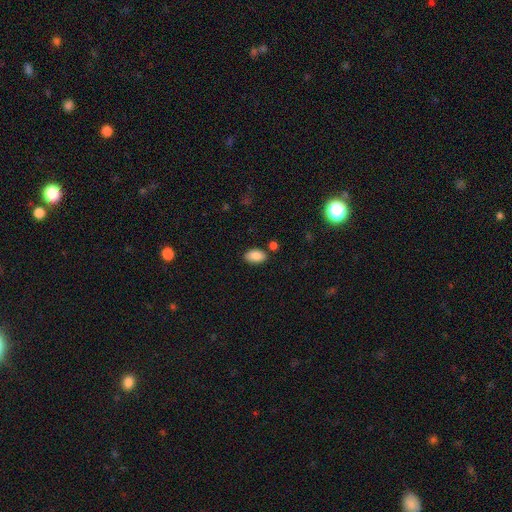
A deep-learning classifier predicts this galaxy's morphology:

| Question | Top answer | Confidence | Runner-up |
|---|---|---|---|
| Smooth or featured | smooth | 87% | star or artifact (8%) |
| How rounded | in between | 94% | round (5%) |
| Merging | none | 82% | minor disturbance (10%) |